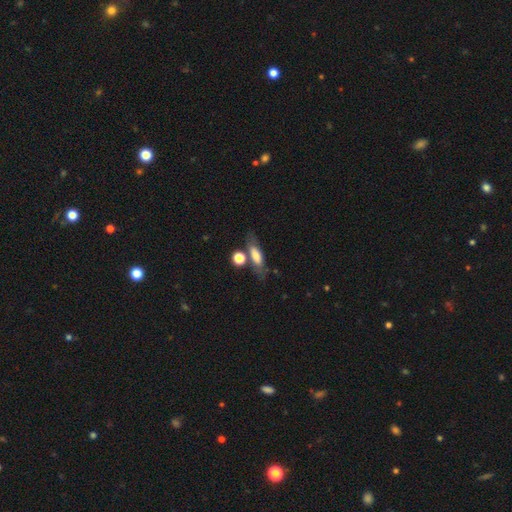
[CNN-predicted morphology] smooth-or-featured: smooth: 65% | featured or disk: 26% | star or artifact: 9%
  how-rounded: in between: 54% | cigar-shaped: 40% | round: 7%
  merging: none: 60% | merger: 16% | minor disturbance: 16% | major disturbance: 8%